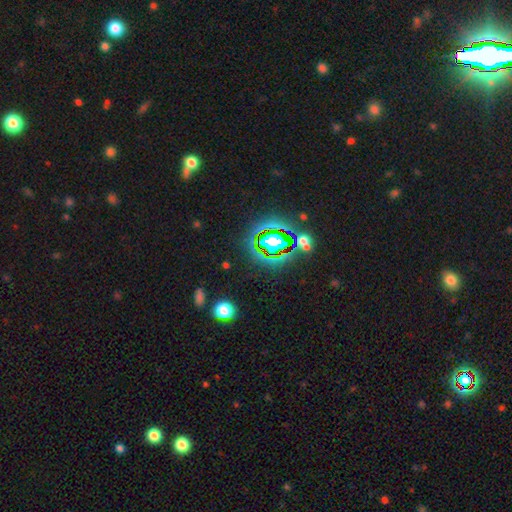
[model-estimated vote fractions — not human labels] Morphology: type=star or artifact (76%).